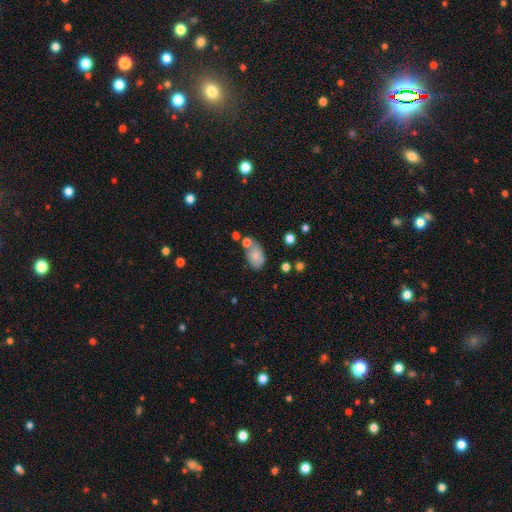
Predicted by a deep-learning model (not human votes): Q: Smooth or featured?
A: smooth (66%); runner-up: featured or disk (25%)
Q: How rounded?
A: in between (87%); runner-up: round (12%)
Q: Merging?
A: none (46%); runner-up: minor disturbance (24%)